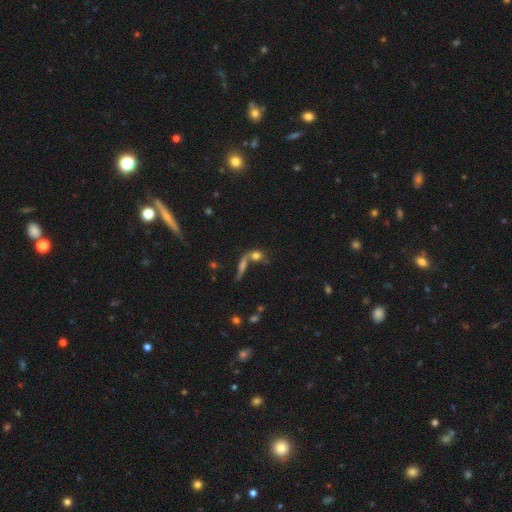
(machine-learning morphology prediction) type=smooth (67%); roundness=round (44%); merging=none (44%).